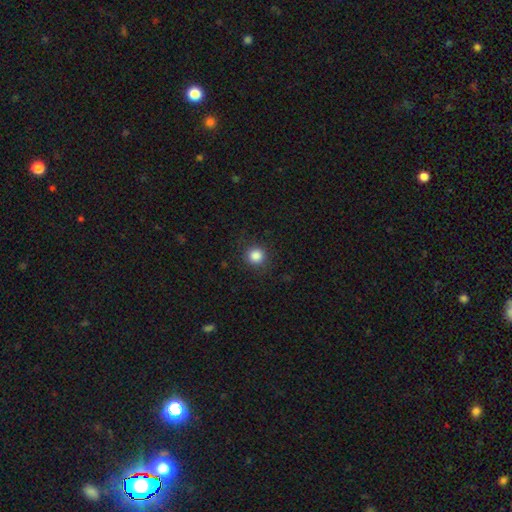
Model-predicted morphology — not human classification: This is clearly a smooth galaxy (86%). How rounded: clearly round (92%). Merging: clearly none (89%).